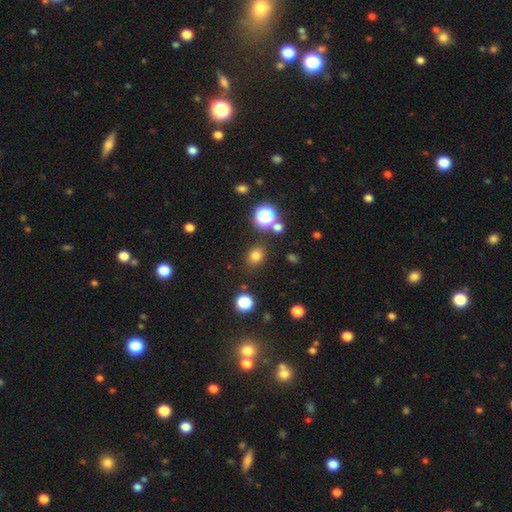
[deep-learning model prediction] Q: Smooth or featured?
A: smooth (75%); runner-up: star or artifact (18%)
Q: How rounded?
A: round (71%); runner-up: in between (28%)
Q: Merging?
A: none (83%); runner-up: minor disturbance (9%)